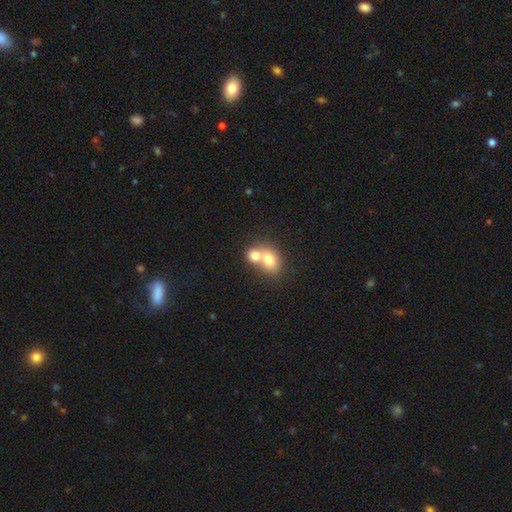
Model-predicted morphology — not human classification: smooth_or_featured: smooth (p=0.72) [alt: featured or disk p=0.19]
how_rounded: round (p=0.51) [alt: in between p=0.48]
merging: merger (p=0.74) [alt: none p=0.19]